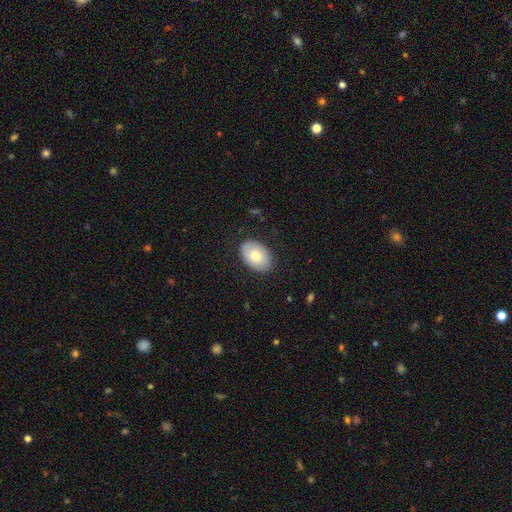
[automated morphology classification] smooth 74%, featured or disk 19%, star or artifact 7%. Down the decision tree: how rounded — in between (87%); merging — none (86%).